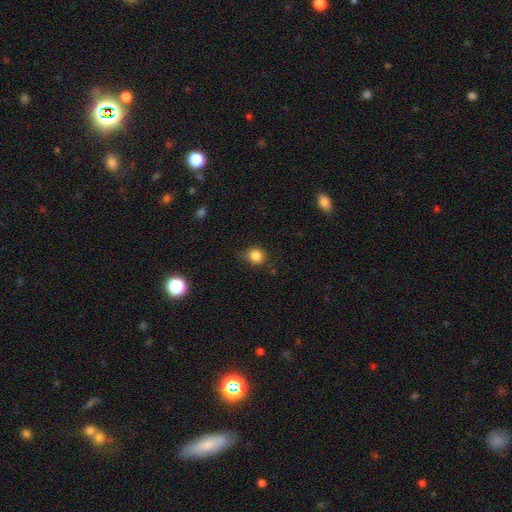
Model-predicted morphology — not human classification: Smooth or featured? smooth (84%)
How rounded? round (83%)
Merging? none (69%)